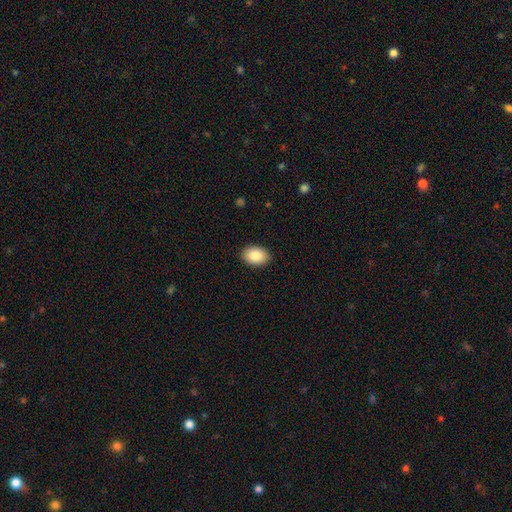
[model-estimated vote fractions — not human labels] Overall: smooth (86%). How rounded: in between (80%). Merging: none (90%).